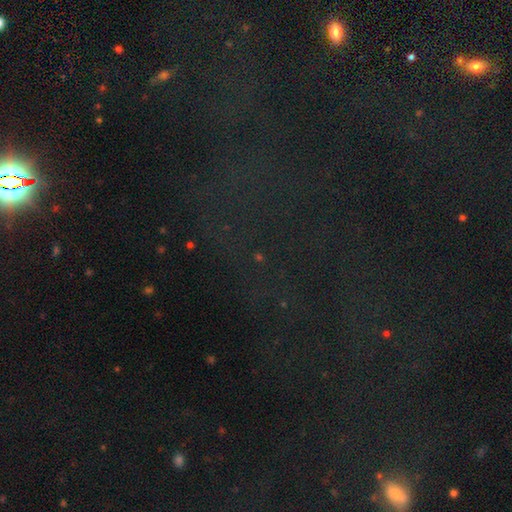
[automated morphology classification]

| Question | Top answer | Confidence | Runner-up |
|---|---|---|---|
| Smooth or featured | star or artifact | 77% | smooth (14%) |